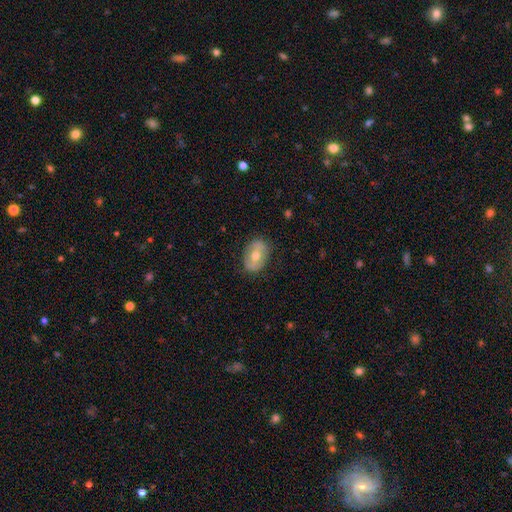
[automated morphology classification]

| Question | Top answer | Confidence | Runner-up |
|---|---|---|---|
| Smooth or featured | featured or disk | 51% | smooth (41%) |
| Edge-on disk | no | 90% | yes (10%) |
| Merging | none | 84% | minor disturbance (12%) |